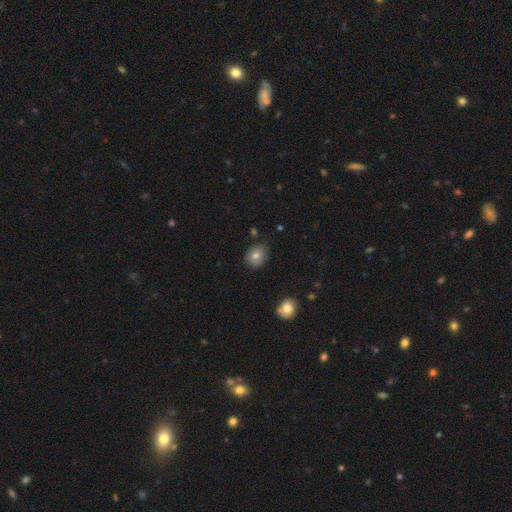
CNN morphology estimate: Q: Smooth or featured?
A: smooth (77%); runner-up: featured or disk (12%)
Q: How rounded?
A: round (64%); runner-up: in between (35%)
Q: Merging?
A: none (82%); runner-up: minor disturbance (13%)